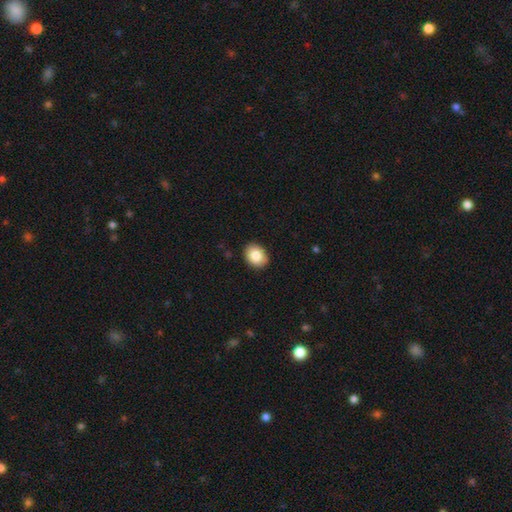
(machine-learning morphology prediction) Smooth or featured?
  - smooth: 86% *
  - star or artifact: 8%
  - featured or disk: 7%
How rounded?
  - in between: 60% *
  - round: 39%
  - cigar-shaped: 1%
Merging?
  - none: 89% *
  - minor disturbance: 8%
  - major disturbance: 2%
  - merger: 1%